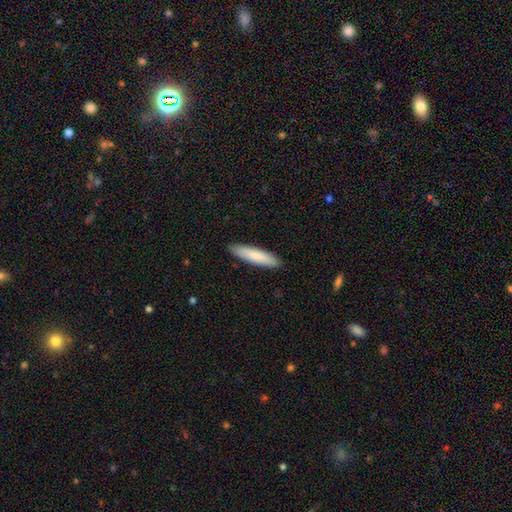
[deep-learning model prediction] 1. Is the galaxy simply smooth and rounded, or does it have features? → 83% smooth, 12% featured or disk, 5% star or artifact.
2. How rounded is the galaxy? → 83% cigar-shaped, 16% in between, 1% round.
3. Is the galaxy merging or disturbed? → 90% none, 8% minor disturbance, 1% major disturbance, 1% merger.